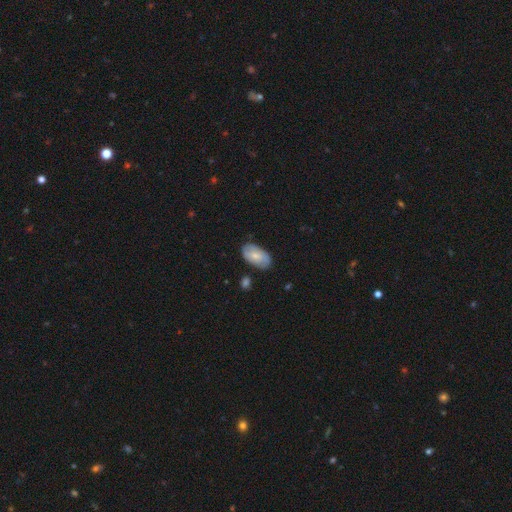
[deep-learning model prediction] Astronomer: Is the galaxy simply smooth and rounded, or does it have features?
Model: smooth — 62%.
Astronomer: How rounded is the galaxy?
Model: in between — 94%.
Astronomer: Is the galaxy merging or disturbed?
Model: none — 72%.